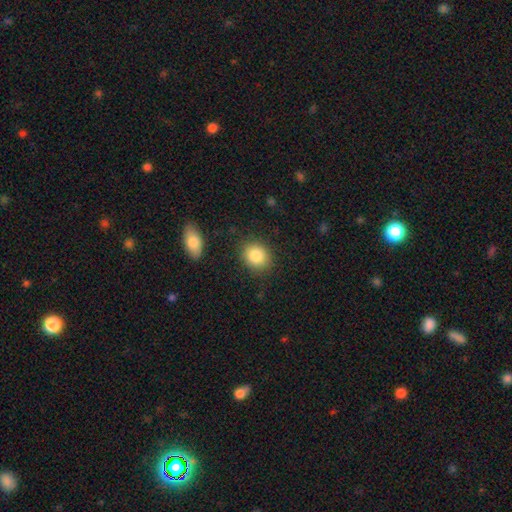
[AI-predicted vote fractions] Q: Smooth or featured?
A: smooth (86%); runner-up: star or artifact (8%)
Q: How rounded?
A: round (66%); runner-up: in between (33%)
Q: Merging?
A: none (85%); runner-up: minor disturbance (10%)